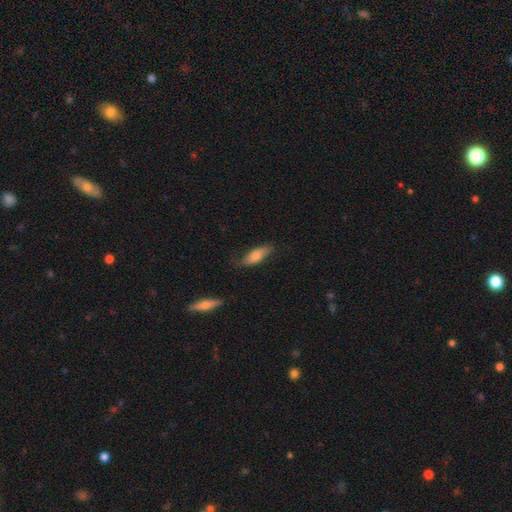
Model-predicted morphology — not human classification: smooth 67%, featured or disk 26%, star or artifact 7%. Down the decision tree: how rounded — in between (68%); merging — none (72%).